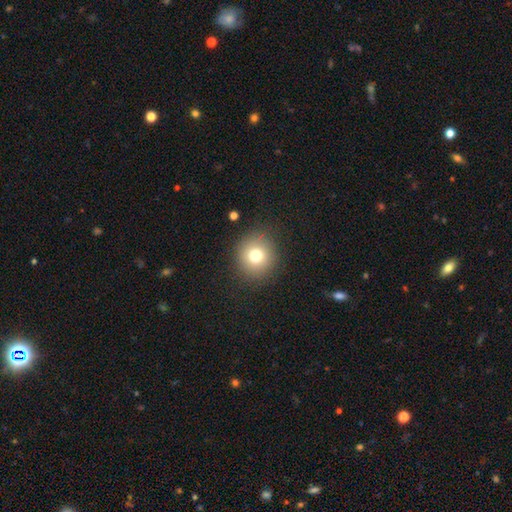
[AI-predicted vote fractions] Overall: smooth (75%). How rounded: round (90%). Merging: none (87%).